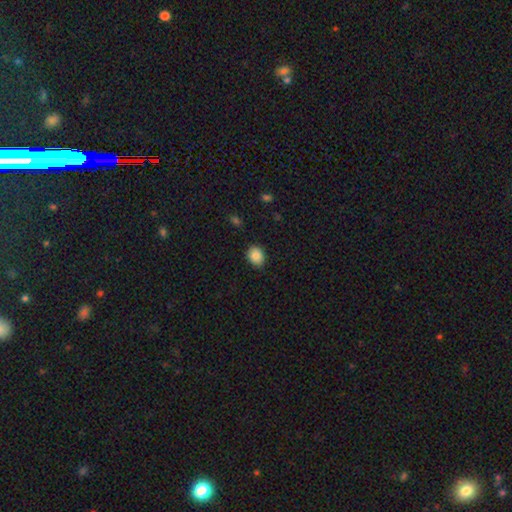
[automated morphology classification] This is clearly a smooth galaxy (84%). How rounded: possibly round (51%). Merging: clearly none (84%).